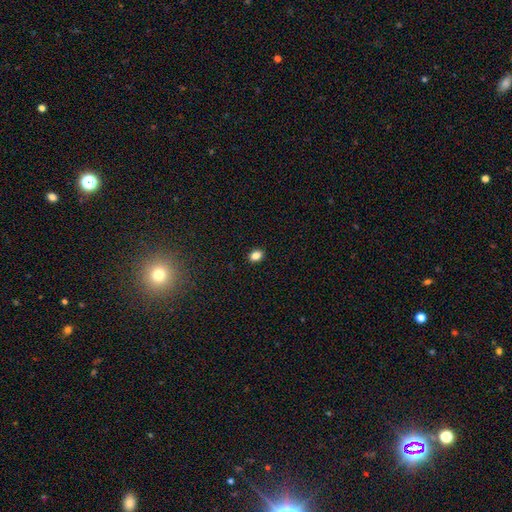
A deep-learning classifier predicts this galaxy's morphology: Smooth or featured? Predicted: smooth (p=0.84). How rounded? Predicted: in between (p=0.71). Merging? Predicted: none (p=0.90).